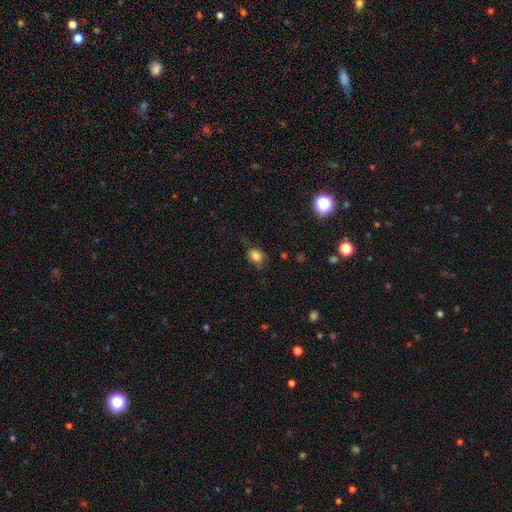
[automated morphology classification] Smooth or featured? smooth (81%)
How rounded? round (49%, tied with in between)
Merging? none (61%)